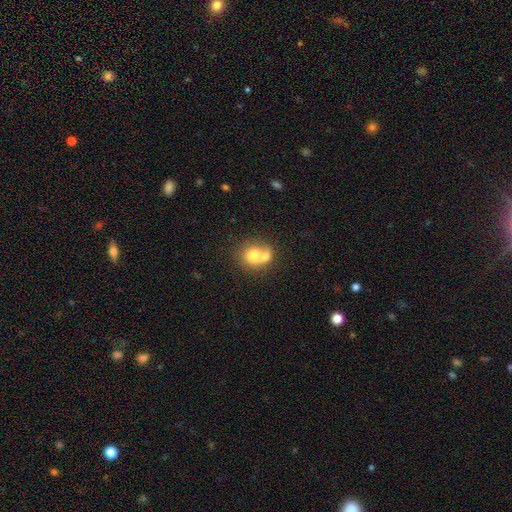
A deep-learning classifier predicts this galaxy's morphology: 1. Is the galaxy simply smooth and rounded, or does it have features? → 70% smooth, 21% featured or disk, 9% star or artifact.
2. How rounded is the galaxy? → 66% round, 33% in between, 1% cigar-shaped.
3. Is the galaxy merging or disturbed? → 63% merger, 24% none, 8% minor disturbance, 5% major disturbance.